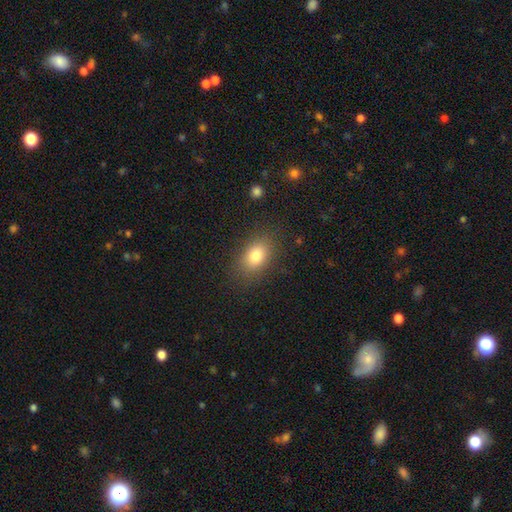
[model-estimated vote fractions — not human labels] Morphology: type=smooth (80%); roundness=in between (81%); merging=none (83%).